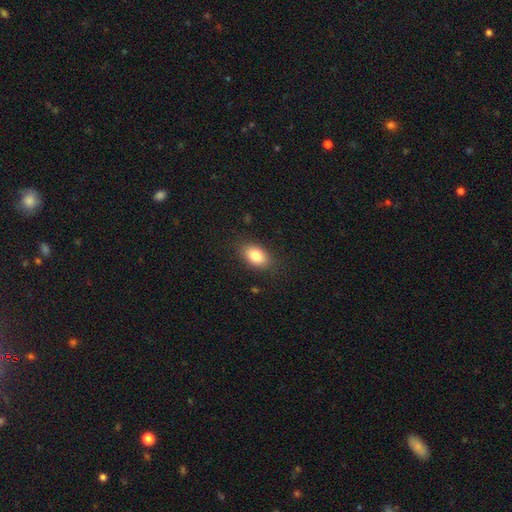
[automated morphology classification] type=smooth (83%); roundness=in between (86%); merging=none (85%).